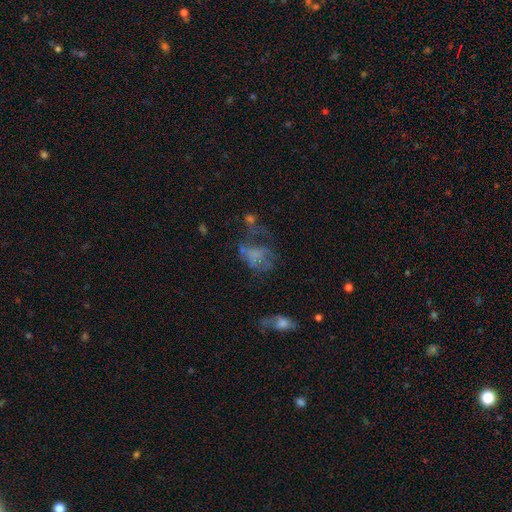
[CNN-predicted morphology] featured or disk 44%, smooth 39%, star or artifact 17%. Down the decision tree: merging — major disturbance (42%).